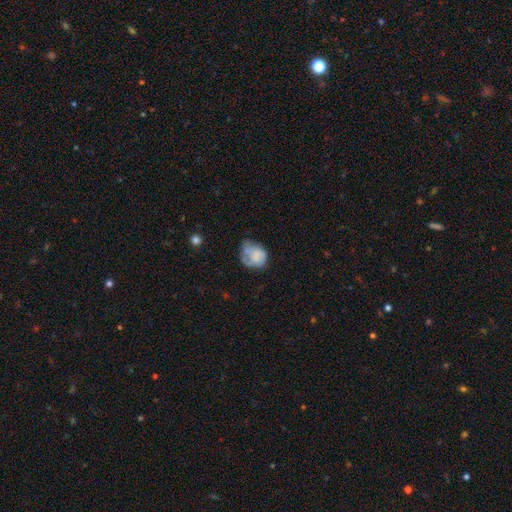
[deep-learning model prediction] A smooth galaxy with no disk features (62%) that is round (53%). Merging: minor disturbance (37%).